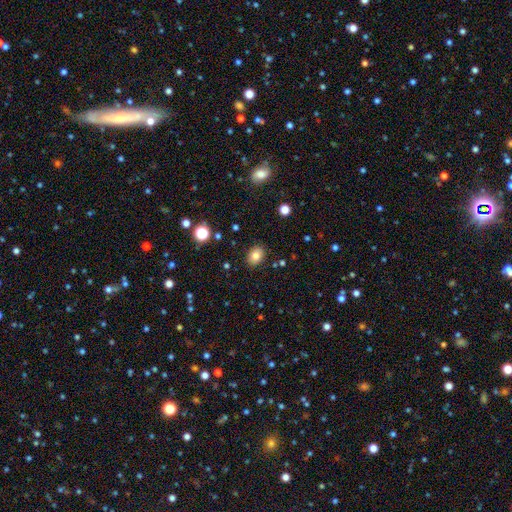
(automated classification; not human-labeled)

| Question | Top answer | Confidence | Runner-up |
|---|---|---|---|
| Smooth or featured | smooth | 81% | star or artifact (11%) |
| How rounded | in between | 68% | round (31%) |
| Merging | none | 88% | minor disturbance (9%) |